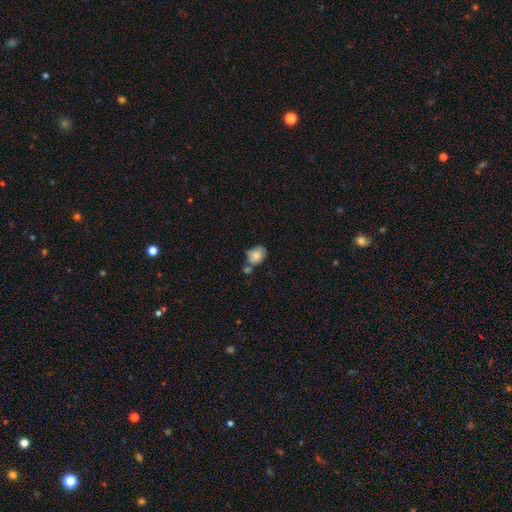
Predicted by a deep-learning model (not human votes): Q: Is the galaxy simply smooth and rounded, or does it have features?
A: smooth — 81%.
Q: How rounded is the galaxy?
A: in between — 57%.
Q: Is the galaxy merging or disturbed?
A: none — 43%.